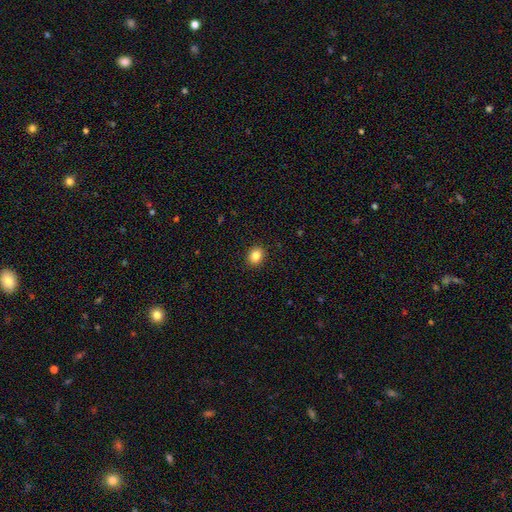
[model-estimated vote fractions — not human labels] smooth_or_featured: smooth (p=0.85) [alt: star or artifact p=0.10]
how_rounded: round (p=0.51) [alt: in between p=0.48]
merging: none (p=0.91) [alt: minor disturbance p=0.06]